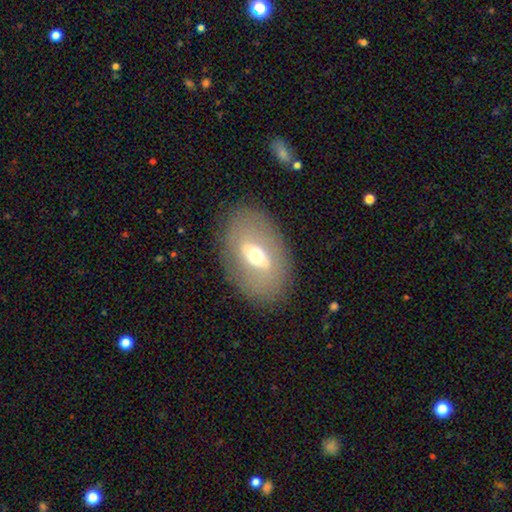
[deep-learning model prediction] Smooth or featured? Predicted: featured or disk (p=0.52). Edge-on disk? Predicted: no (p=0.82). Merging? Predicted: none (p=0.82).